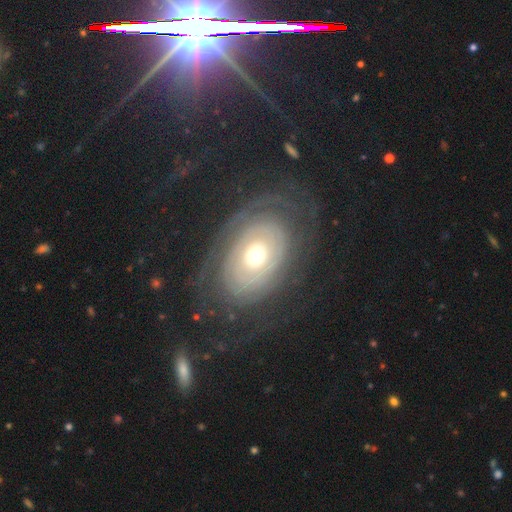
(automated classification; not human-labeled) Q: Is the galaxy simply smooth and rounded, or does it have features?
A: featured or disk — 79%.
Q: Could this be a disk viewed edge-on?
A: no — 95%.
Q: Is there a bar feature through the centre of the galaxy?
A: no — 84%.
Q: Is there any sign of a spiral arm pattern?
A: yes — 78%.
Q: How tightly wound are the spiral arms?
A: tight — 78%.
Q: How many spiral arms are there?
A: can't tell — 47%.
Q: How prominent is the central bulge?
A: moderate — 66%.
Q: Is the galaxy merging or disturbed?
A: none — 72%.